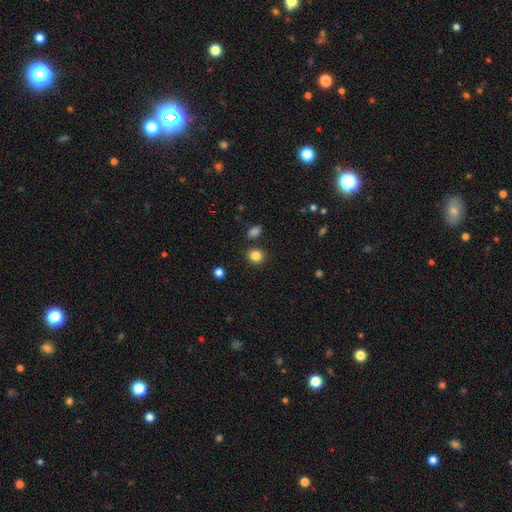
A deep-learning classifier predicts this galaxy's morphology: smooth 85%, star or artifact 11%, featured or disk 4%. Down the decision tree: how rounded — round (78%); merging — none (85%).